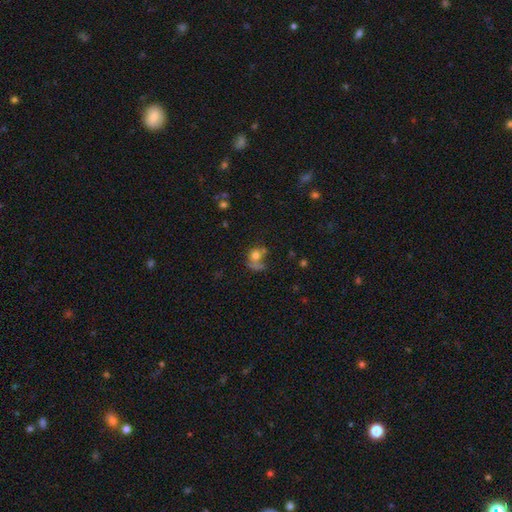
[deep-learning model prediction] smooth_or_featured: smooth (p=0.69) [alt: featured or disk p=0.17]
how_rounded: round (p=0.69) [alt: in between p=0.30]
merging: none (p=0.33) [alt: merger p=0.27]